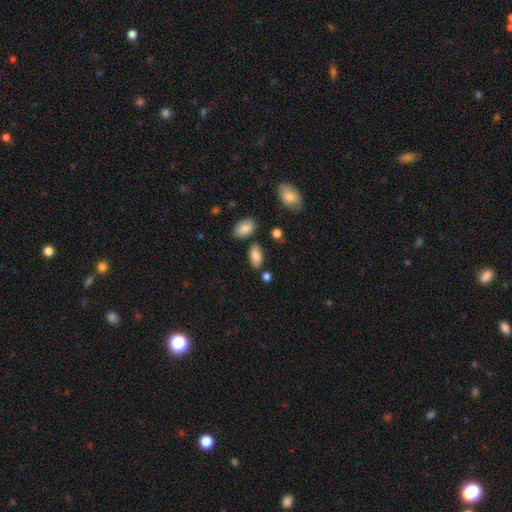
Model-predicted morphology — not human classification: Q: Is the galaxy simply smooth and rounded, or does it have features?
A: smooth — 85%.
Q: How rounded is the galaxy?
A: in between — 92%.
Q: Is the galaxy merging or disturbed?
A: none — 75%.